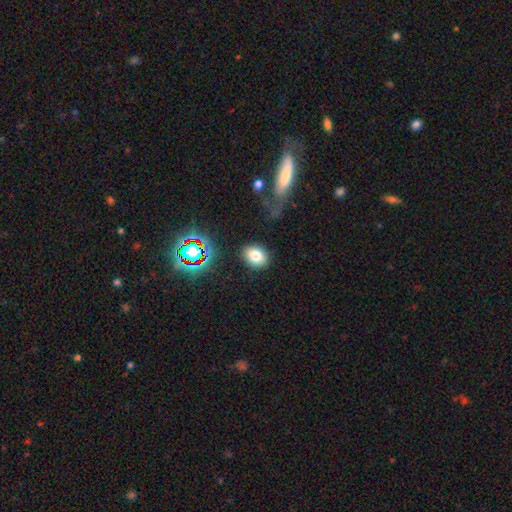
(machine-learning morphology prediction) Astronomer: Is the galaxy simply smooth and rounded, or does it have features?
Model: smooth — 78%.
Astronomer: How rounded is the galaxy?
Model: in between — 60% (runner-up: round, 38%).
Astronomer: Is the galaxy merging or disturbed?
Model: none — 84%.